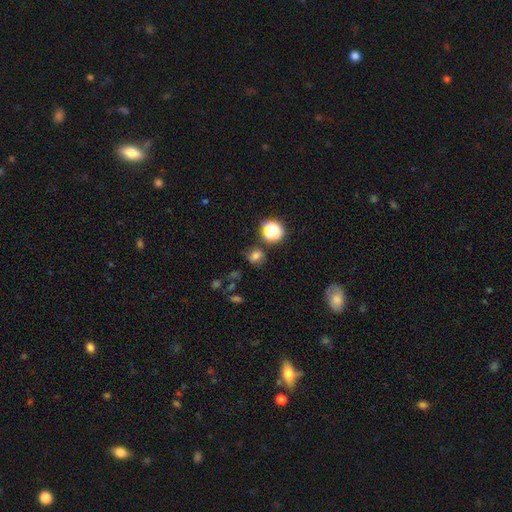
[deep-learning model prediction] This appears to be a smooth galaxy with no disk features (65%) that is round (71%). Merging: none (71%).